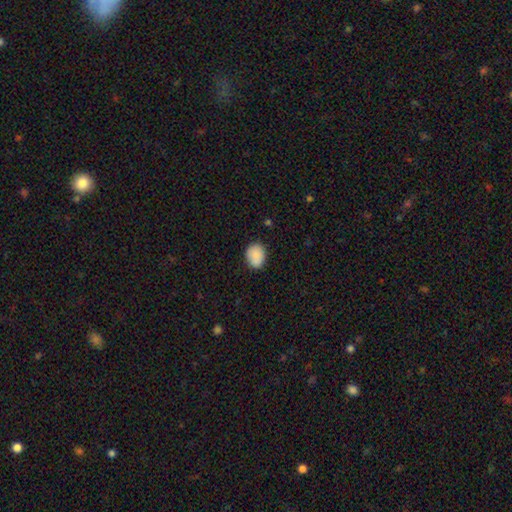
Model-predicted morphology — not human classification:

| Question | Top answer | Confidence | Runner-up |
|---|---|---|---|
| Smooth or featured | smooth | 89% | star or artifact (7%) |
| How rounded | in between | 50% | round (49%) |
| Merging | none | 83% | minor disturbance (13%) |